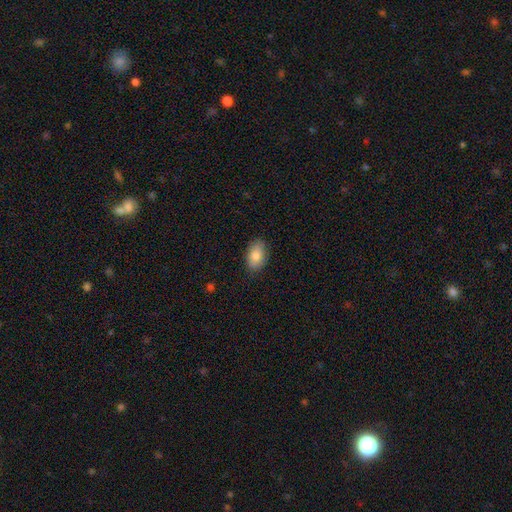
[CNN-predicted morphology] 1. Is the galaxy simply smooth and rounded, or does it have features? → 85% smooth, 9% featured or disk, 7% star or artifact.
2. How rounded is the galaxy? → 91% in between, 7% round, 2% cigar-shaped.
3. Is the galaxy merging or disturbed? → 85% none, 12% minor disturbance, 2% major disturbance, 1% merger.